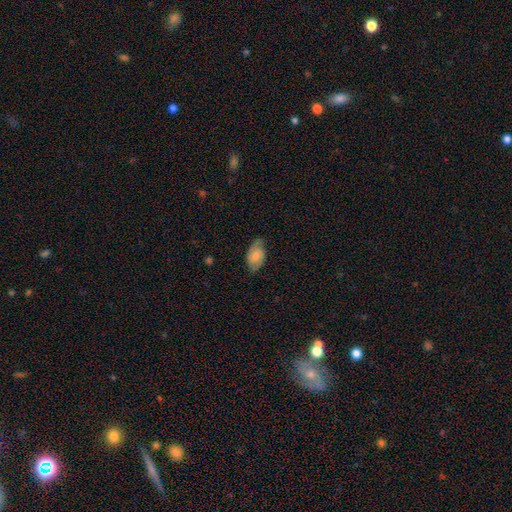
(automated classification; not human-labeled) Overall: smooth (50%; featured or disk 42%). How rounded: in between (90%). Merging: none (66%; minor disturbance 26%).